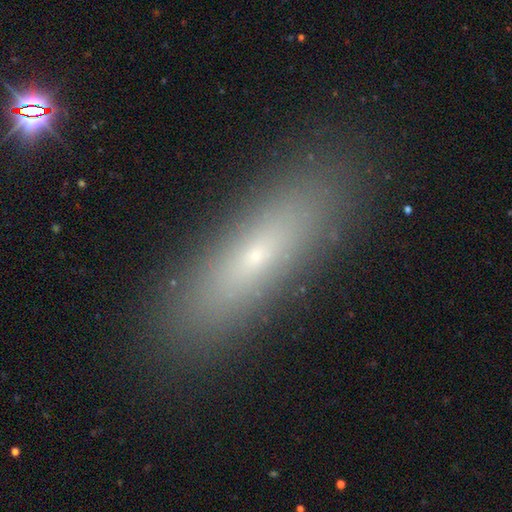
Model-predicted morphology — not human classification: Q: Smooth or featured?
A: smooth (56%); runner-up: featured or disk (33%)
Q: How rounded?
A: cigar-shaped (62%); runner-up: in between (35%)
Q: Merging?
A: none (89%); runner-up: minor disturbance (8%)